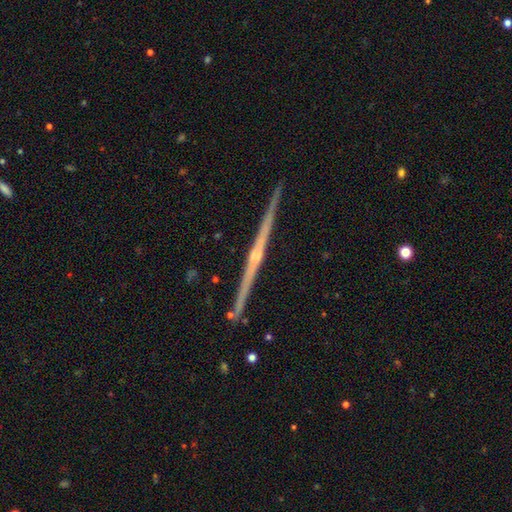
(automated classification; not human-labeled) Q: Smooth or featured?
A: featured or disk (87%); runner-up: smooth (7%)
Q: Edge-on disk?
A: yes (99%); runner-up: no (1%)
Q: Edge-on bulge?
A: rounded (72%); runner-up: none (21%)
Q: Merging?
A: none (92%); runner-up: minor disturbance (5%)